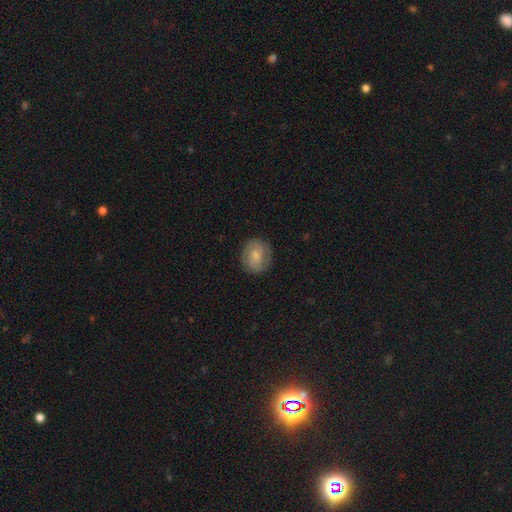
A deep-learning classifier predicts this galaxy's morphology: smooth-or-featured: smooth: 54% | featured or disk: 38% | star or artifact: 7%
  how-rounded: round: 72% | in between: 26% | cigar-shaped: 1%
  merging: none: 82% | minor disturbance: 13% | major disturbance: 4% | merger: 1%